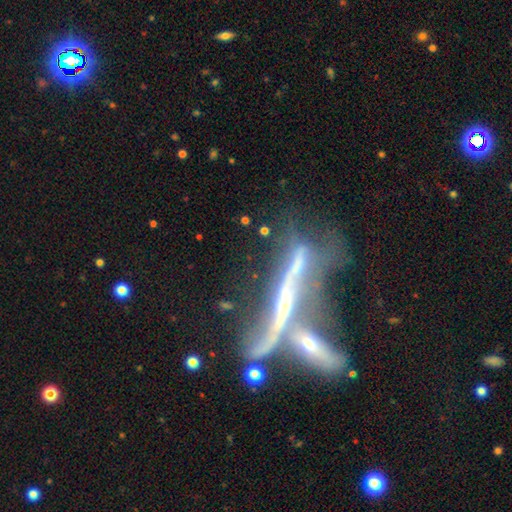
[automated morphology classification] featured or disk 76%, smooth 14%, star or artifact 10%. Down the decision tree: edge-on disk — yes (75%); edge-on bulge — none (45%, tied with rounded); merging — merger (51%).